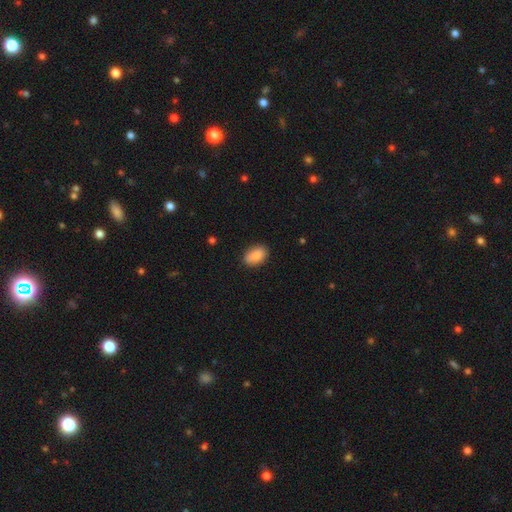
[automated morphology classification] Smooth or featured? smooth (89%)
How rounded? in between (90%)
Merging? none (86%)